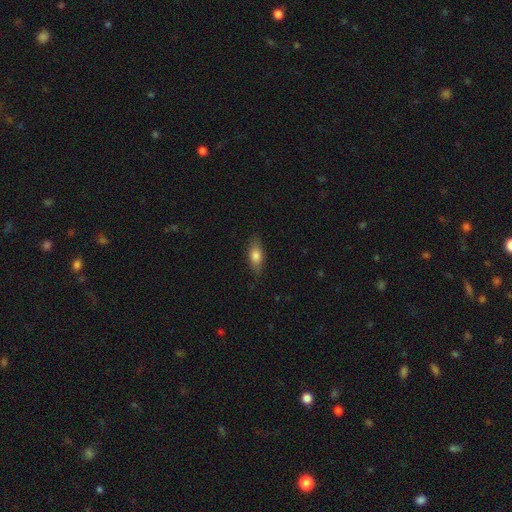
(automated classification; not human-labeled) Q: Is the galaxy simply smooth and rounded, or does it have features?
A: smooth — 78%.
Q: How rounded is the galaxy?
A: in between — 78%.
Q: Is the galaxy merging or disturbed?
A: none — 84%.